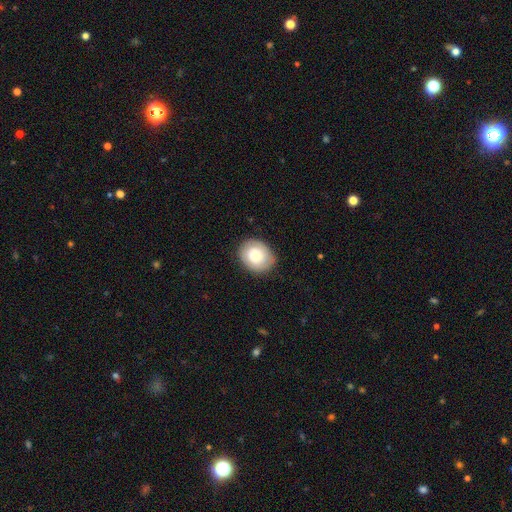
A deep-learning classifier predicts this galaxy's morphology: Q: Smooth or featured?
A: smooth (75%); runner-up: featured or disk (18%)
Q: How rounded?
A: round (58%); runner-up: in between (41%)
Q: Merging?
A: none (83%); runner-up: minor disturbance (12%)